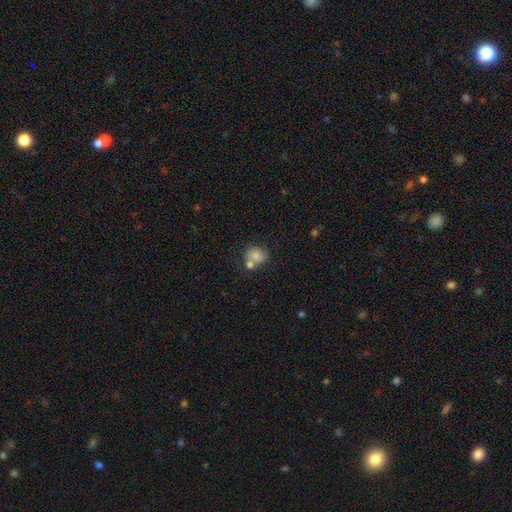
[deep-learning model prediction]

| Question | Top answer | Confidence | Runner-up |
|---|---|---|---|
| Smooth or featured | smooth | 72% | featured or disk (19%) |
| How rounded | round | 63% | in between (36%) |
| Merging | none | 44% | merger (33%) |